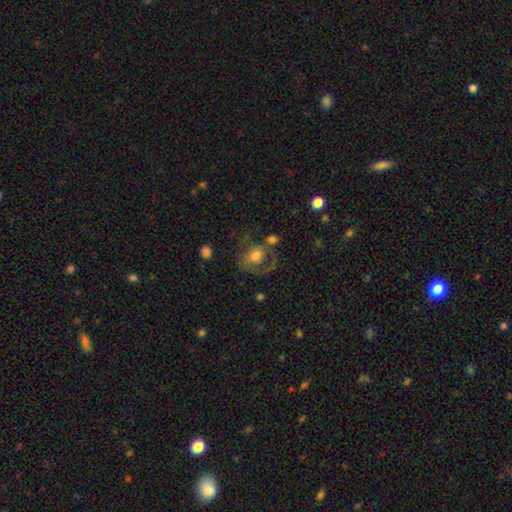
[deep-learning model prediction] Overall: featured or disk (49%; smooth 43%). Merging: none (41%; major disturbance 26%).